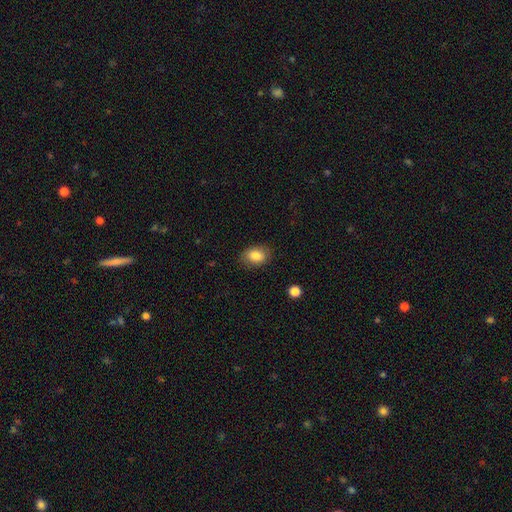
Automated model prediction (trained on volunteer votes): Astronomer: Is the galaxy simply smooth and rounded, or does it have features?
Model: smooth — 84%.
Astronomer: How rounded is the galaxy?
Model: in between — 77%.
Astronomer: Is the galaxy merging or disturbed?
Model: none — 83%.